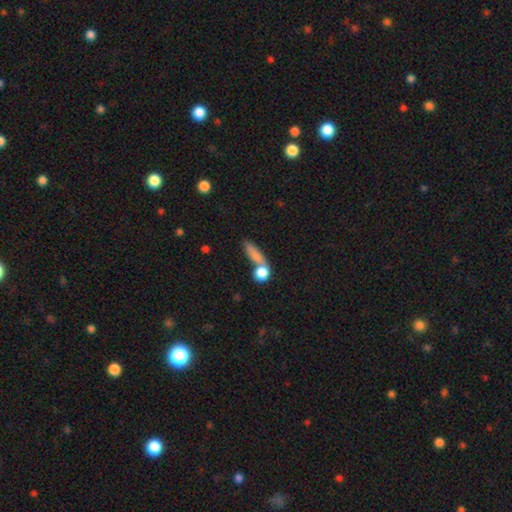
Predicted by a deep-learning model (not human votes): A smooth galaxy with no disk features (75%) that is cigar-shaped (43%). Merging: none (44%).